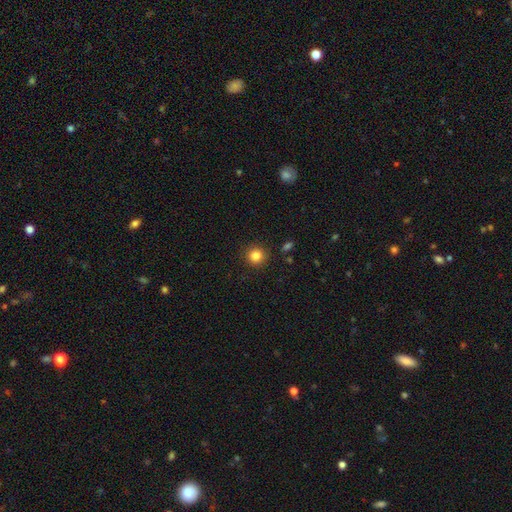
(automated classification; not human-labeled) smooth_or_featured: smooth (p=0.84) [alt: star or artifact p=0.11]
how_rounded: round (p=0.93) [alt: in between p=0.06]
merging: none (p=0.91) [alt: minor disturbance p=0.06]